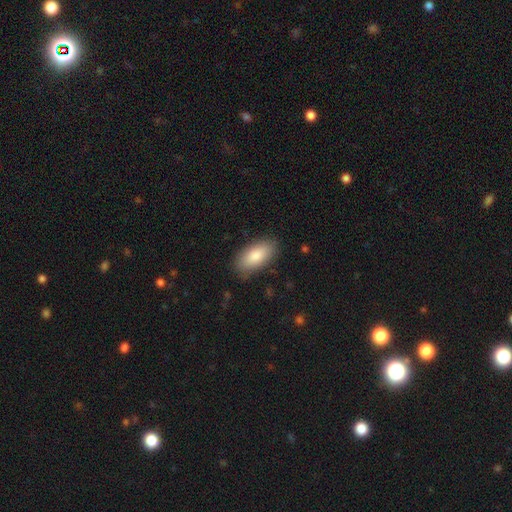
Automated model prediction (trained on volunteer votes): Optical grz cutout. It shows a smooth galaxy with no disk features (85%) that is in between round and cigar-shaped (92%). Merging: none (85%).